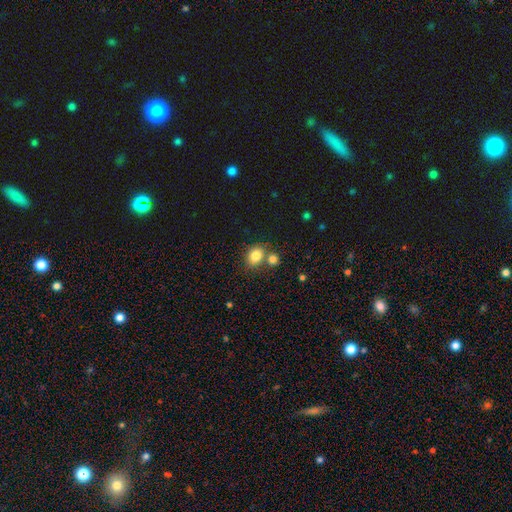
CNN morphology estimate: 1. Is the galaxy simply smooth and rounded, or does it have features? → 81% smooth, 10% star or artifact, 8% featured or disk.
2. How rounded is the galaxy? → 50% round, 49% in between, 1% cigar-shaped.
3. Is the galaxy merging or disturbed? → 57% none, 28% merger, 11% minor disturbance, 3% major disturbance.